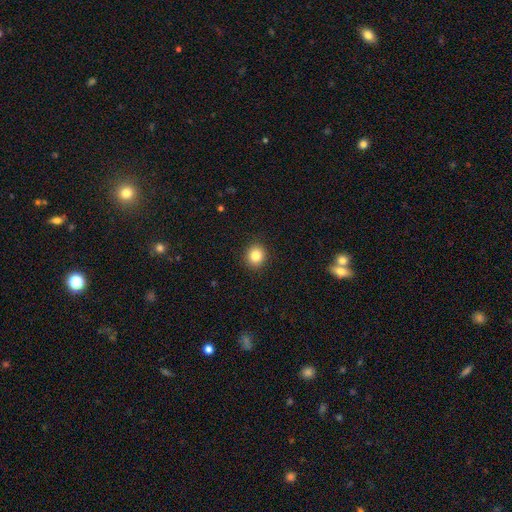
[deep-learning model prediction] smooth_or_featured: smooth (p=0.84) [alt: star or artifact p=0.10]
how_rounded: round (p=0.84) [alt: in between p=0.15]
merging: none (p=0.91) [alt: minor disturbance p=0.06]